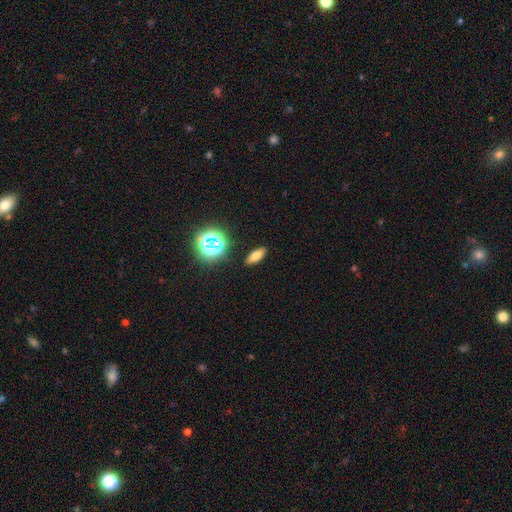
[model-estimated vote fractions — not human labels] Overall: smooth (64%). How rounded: in between (61%; cigar-shaped 31%). Merging: none (89%).